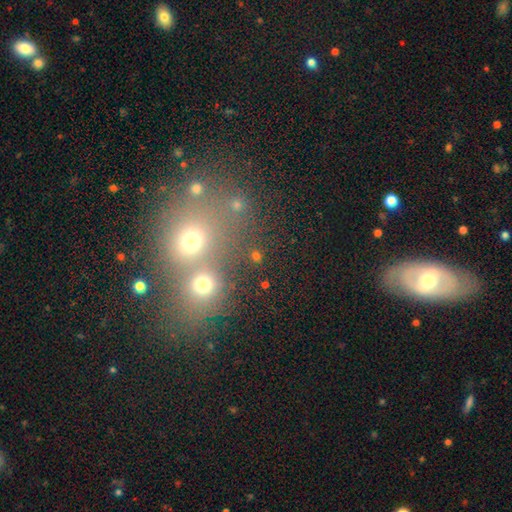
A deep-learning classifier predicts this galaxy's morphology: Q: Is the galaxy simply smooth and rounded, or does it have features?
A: smooth — 63%.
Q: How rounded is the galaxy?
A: round — 71%.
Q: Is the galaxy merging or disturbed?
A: none — 45%.